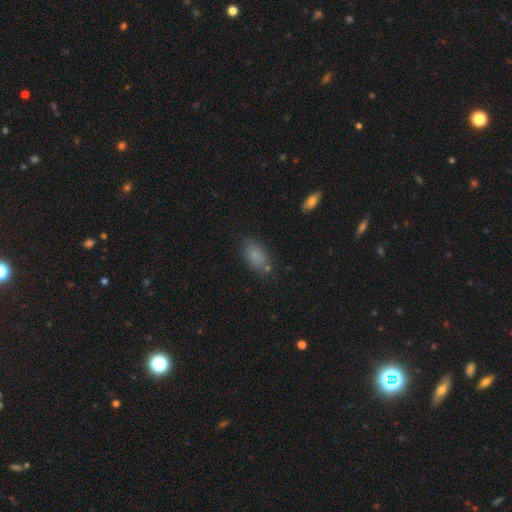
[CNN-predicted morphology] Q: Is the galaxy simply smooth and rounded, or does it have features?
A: smooth — 82%.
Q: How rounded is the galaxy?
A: in between — 89%.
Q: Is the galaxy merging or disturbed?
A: none — 73%.